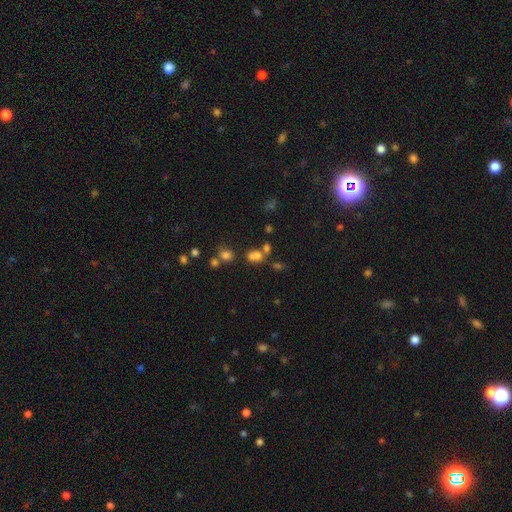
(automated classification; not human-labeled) Smooth or featured?
  - smooth: 66% *
  - star or artifact: 22%
  - featured or disk: 12%
How rounded?
  - in between: 60% *
  - round: 38%
  - cigar-shaped: 2%
Merging?
  - none: 44% *
  - merger: 35%
  - minor disturbance: 14%
  - major disturbance: 8%